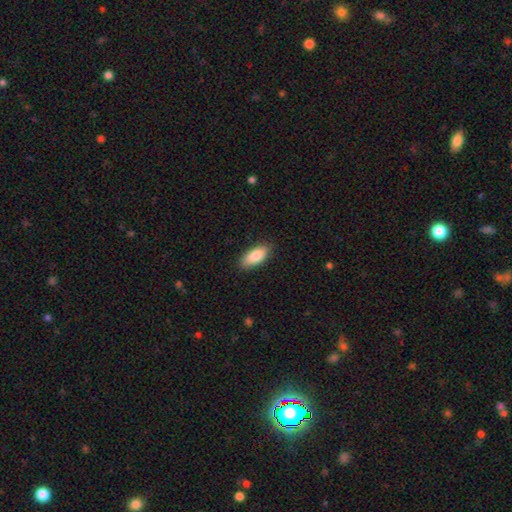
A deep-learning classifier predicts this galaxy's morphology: smooth_or_featured: smooth (p=0.86) [alt: featured or disk p=0.08]
how_rounded: in between (p=0.85) [alt: cigar-shaped p=0.13]
merging: none (p=0.87) [alt: minor disturbance p=0.10]